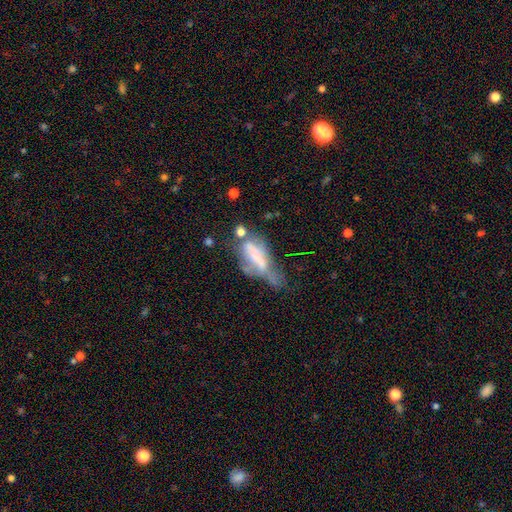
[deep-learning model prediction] smooth-or-featured: featured or disk: 53% | smooth: 36% | star or artifact: 11%
  disk-edge-on: no: 71% | yes: 29%
  merging: major disturbance: 34% | minor disturbance: 24% | none: 22% | merger: 20%